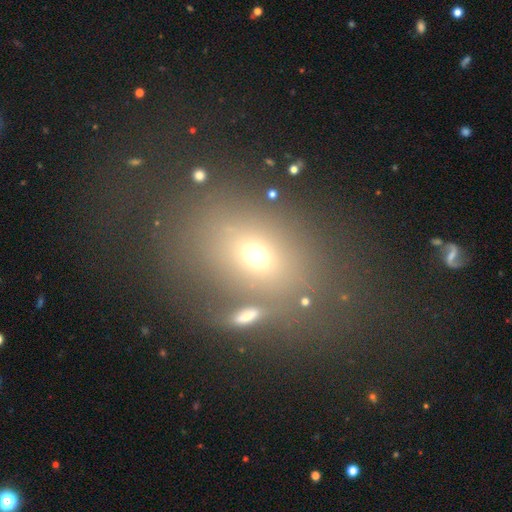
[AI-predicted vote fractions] Morphology: type=smooth (61%); roundness=in between (63%); merging=none (62%).